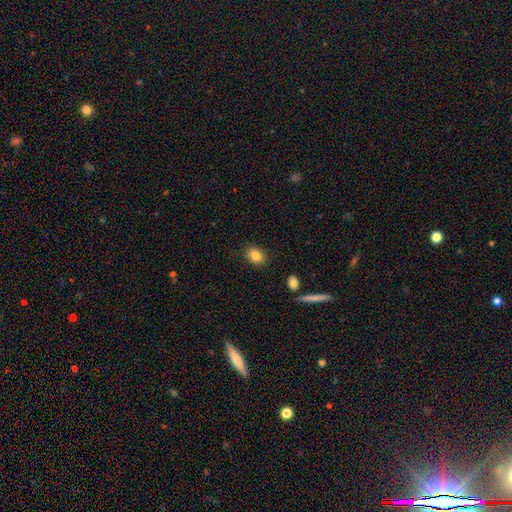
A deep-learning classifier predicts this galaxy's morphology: This appears to be a smooth galaxy with no disk features (83%) that is in between round and cigar-shaped (60%). Merging: none (85%).